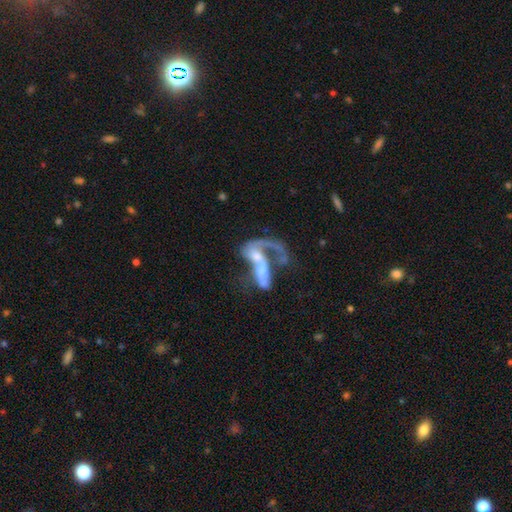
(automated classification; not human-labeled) Smooth or featured: featured or disk — 66% (smooth — 25%)
Edge-on disk: no — 93% (yes — 7%)
Bar: no — 60% (weak — 27%)
Spiral arms: yes — 62% (no — 38%)
Bulge size: moderate — 38% (small — 27%)
Merging: merger — 53% (major disturbance — 29%)